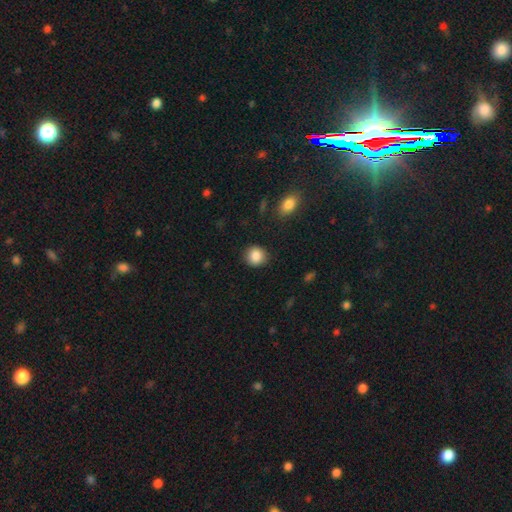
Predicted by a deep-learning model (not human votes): Smooth or featured? Predicted: smooth (p=0.87). How rounded? Predicted: round (p=0.87). Merging? Predicted: none (p=0.88).